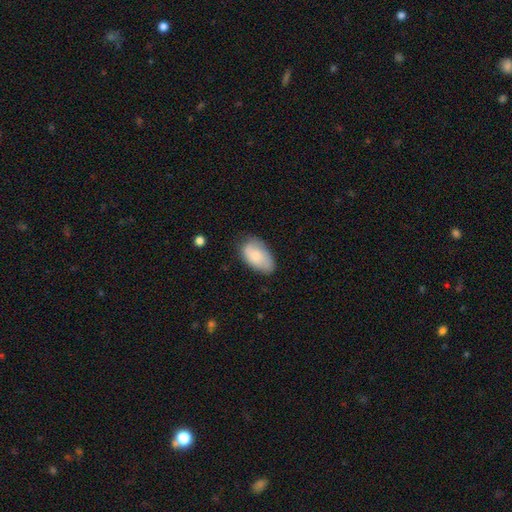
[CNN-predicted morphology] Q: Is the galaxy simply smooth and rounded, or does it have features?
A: smooth — 77%.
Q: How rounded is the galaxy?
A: in between — 94%.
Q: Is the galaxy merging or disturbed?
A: none — 67%.